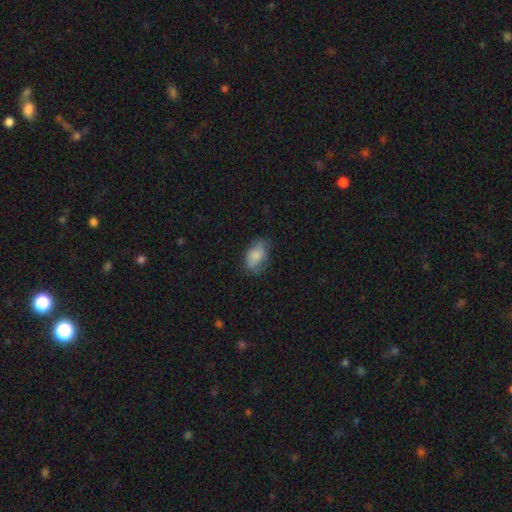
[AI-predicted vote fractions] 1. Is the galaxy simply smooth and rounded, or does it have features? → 76% smooth, 16% featured or disk, 8% star or artifact.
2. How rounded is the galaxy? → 85% in between, 13% round, 2% cigar-shaped.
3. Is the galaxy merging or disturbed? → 53% none, 31% minor disturbance, 14% major disturbance, 2% merger.